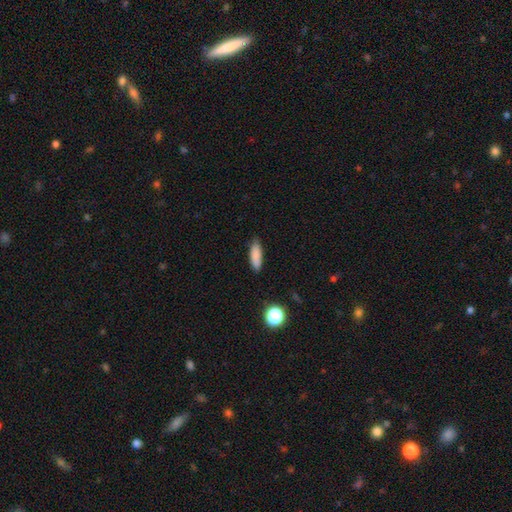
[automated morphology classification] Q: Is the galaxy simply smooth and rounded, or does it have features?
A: smooth — 86%.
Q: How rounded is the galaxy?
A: in between — 50%.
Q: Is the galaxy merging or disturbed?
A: none — 83%.